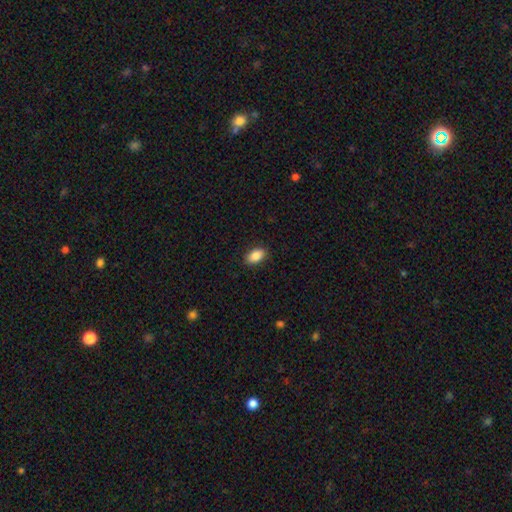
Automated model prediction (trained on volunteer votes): Smooth or featured? smooth (88%)
How rounded? in between (91%)
Merging? none (89%)